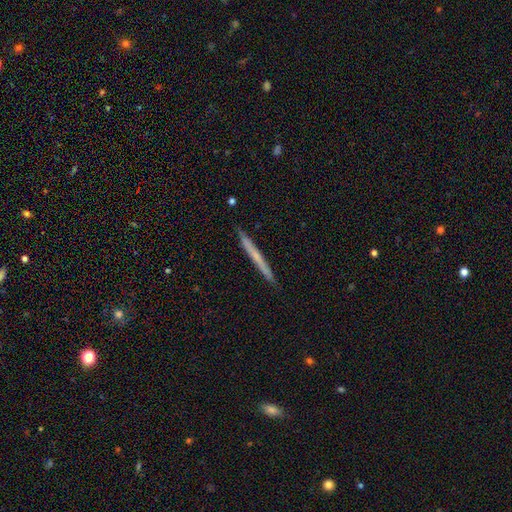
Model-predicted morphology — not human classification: The model was most divided on "smooth or featured": smooth: 48%, featured or disk: 46%, star or artifact: 6%. More confident: merging — none (91%).